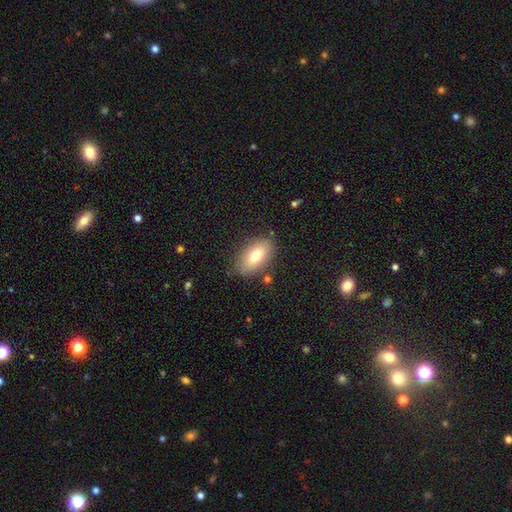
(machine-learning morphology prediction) Smooth or featured? smooth (74%)
How rounded? in between (91%)
Merging? none (82%)